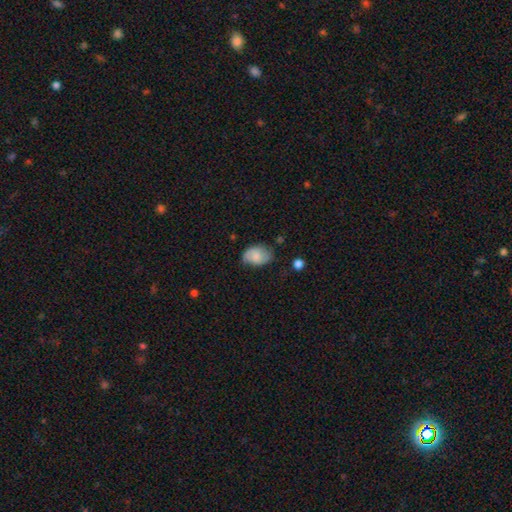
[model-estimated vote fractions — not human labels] Smooth or featured: smooth — 63% (featured or disk — 29%)
How rounded: in between — 82% (round — 17%)
Merging: none — 66% (minor disturbance — 26%)